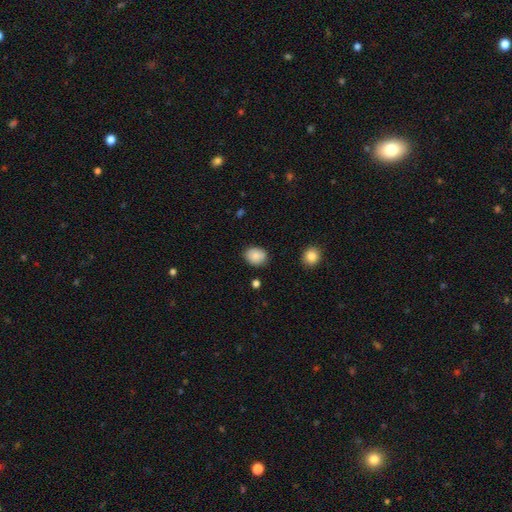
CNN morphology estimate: Overall: smooth (87%). How rounded: round (52%; in between 48%). Merging: none (84%).